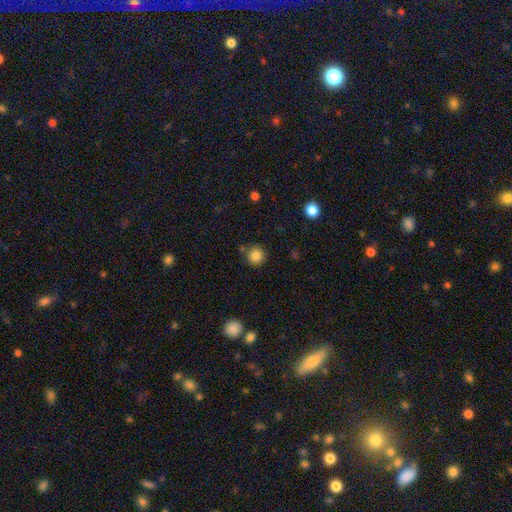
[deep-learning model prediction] smooth 84%, star or artifact 10%, featured or disk 6%. Down the decision tree: how rounded — round (94%); merging — none (83%).